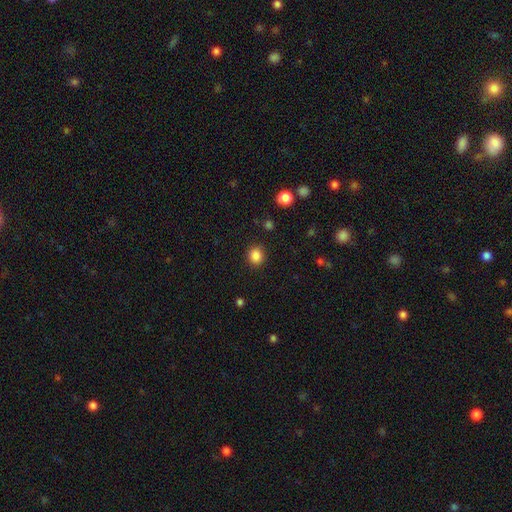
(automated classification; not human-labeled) Smooth or featured? smooth (86%)
How rounded? round (83%)
Merging? none (90%)